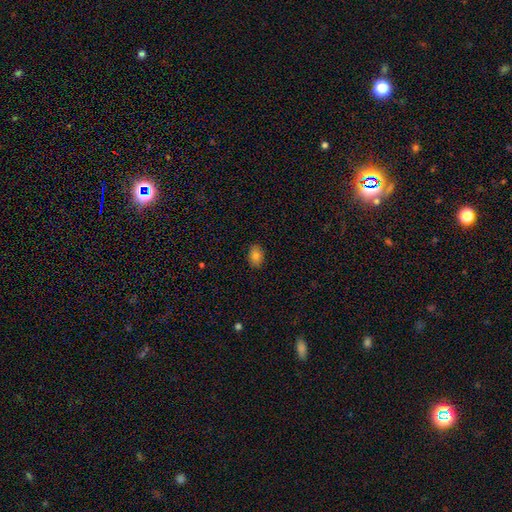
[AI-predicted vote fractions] A smooth galaxy with no disk features (82%) that is in between round and cigar-shaped (81%).

Vote fractions:
- Smooth or featured? smooth: 82% / star or artifact: 9% / featured or disk: 8%
- How rounded? in between: 81% / round: 18% / cigar-shaped: 1%
- Merging? none: 88% / minor disturbance: 9% / major disturbance: 2% / merger: 1%